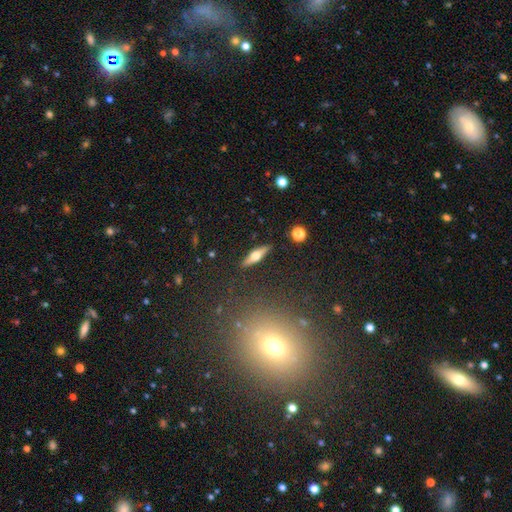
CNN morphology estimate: This is possibly a featured or disk galaxy (55%). It is clearly viewed edge-on (93%). Edge-on bulge: clearly rounded (94%). Merging: clearly none (89%).